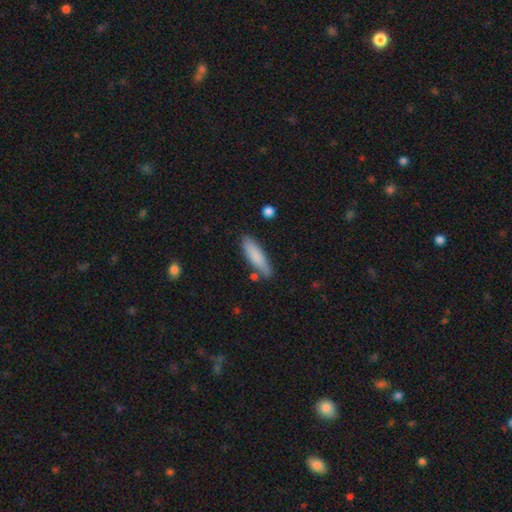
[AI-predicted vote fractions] smooth-or-featured: smooth: 82% | featured or disk: 12% | star or artifact: 6%
  how-rounded: cigar-shaped: 68% | in between: 31% | round: 1%
  merging: none: 79% | minor disturbance: 14% | merger: 4% | major disturbance: 3%